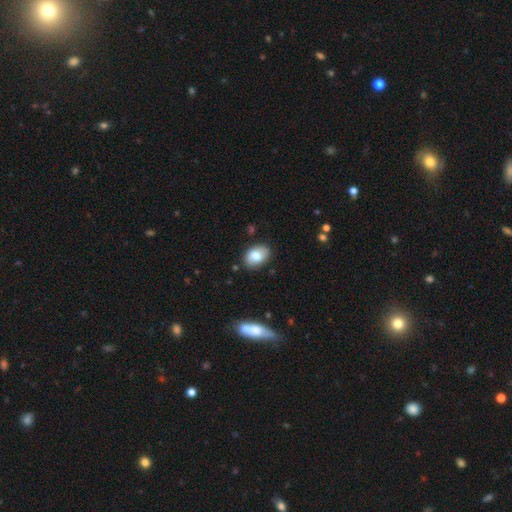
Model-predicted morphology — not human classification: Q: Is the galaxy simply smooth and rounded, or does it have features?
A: smooth — 79%.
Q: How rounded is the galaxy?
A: in between — 83%.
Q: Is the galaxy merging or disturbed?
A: none — 82%.